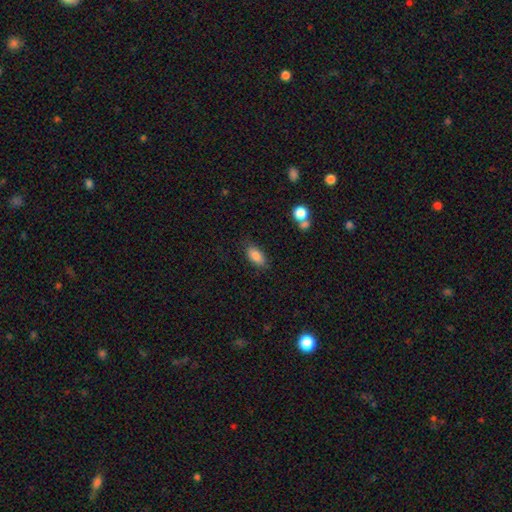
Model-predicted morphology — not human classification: smooth-or-featured: smooth: 86% | star or artifact: 8% | featured or disk: 6%
  how-rounded: in between: 88% | cigar-shaped: 8% | round: 4%
  merging: none: 80% | minor disturbance: 14% | major disturbance: 4% | merger: 3%